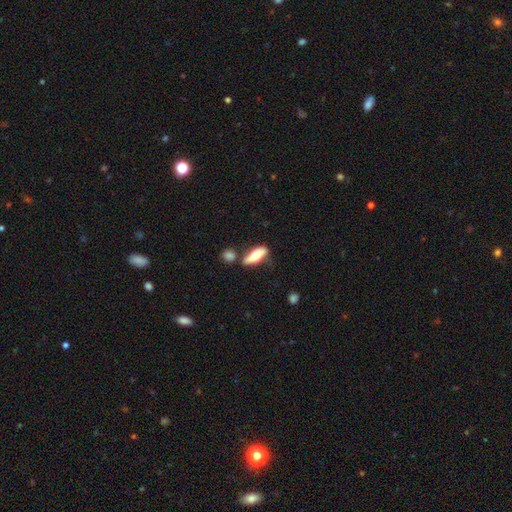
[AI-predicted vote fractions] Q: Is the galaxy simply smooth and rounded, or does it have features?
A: smooth — 58%.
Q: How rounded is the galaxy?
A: in between — 60%.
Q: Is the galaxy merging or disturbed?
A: none — 61%.